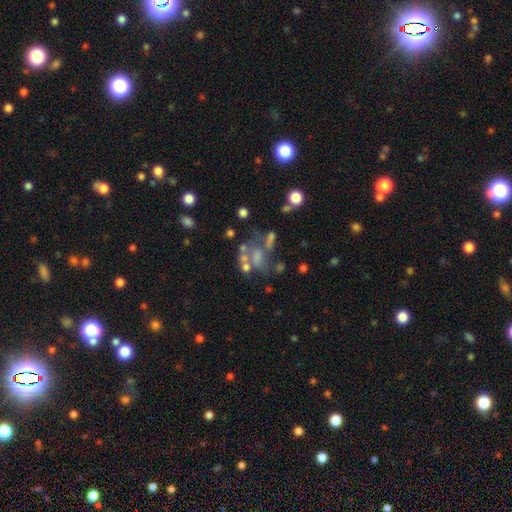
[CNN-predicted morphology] featured or disk 44%, smooth 35%, star or artifact 21%. Down the decision tree: merging — merger (33%).